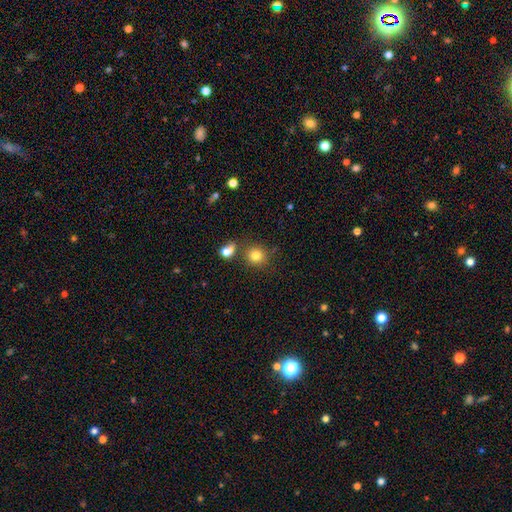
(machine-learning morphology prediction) A smooth galaxy with no disk features (80%) that is round (88%).

Vote fractions:
- Smooth or featured? smooth: 80% / star or artifact: 12% / featured or disk: 8%
- How rounded? round: 88% / in between: 11% / cigar-shaped: 1%
- Merging? none: 75% / merger: 12% / minor disturbance: 10% / major disturbance: 4%